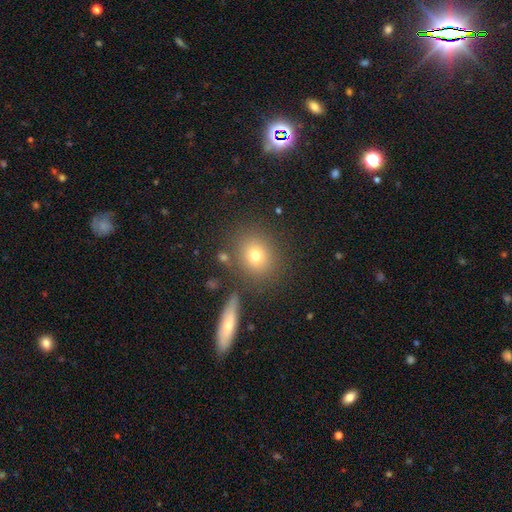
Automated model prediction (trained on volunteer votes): smooth-or-featured: smooth: 73% | star or artifact: 15% | featured or disk: 13%
  how-rounded: round: 76% | in between: 23% | cigar-shaped: 1%
  merging: none: 78% | minor disturbance: 10% | merger: 6% | major disturbance: 5%